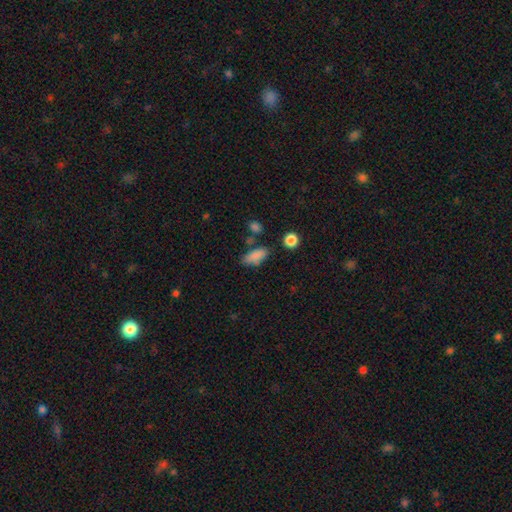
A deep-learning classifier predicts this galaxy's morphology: This is clearly a smooth galaxy (85%). How rounded: clearly in between (81%). Merging: likely none (70%).